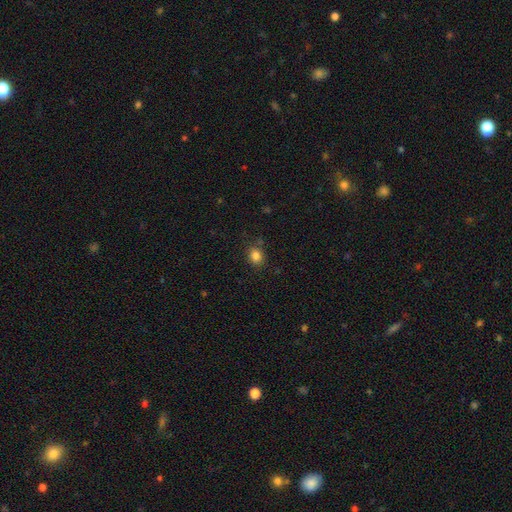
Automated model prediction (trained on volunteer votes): A smooth galaxy with no disk features (83%) that is in between round and cigar-shaped (51%). Merging: none (82%).